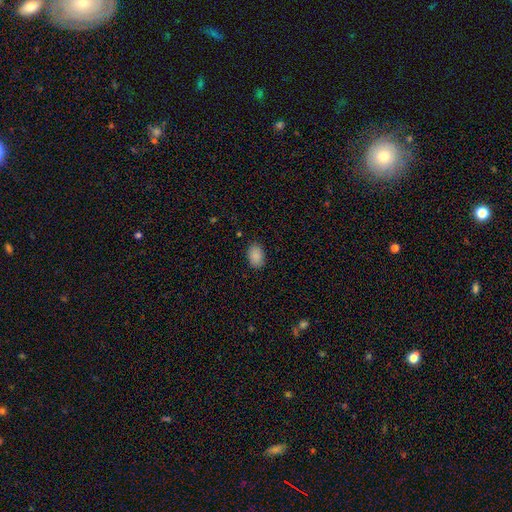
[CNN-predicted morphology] type=smooth (89%); roundness=in between (83%); merging=none (86%).